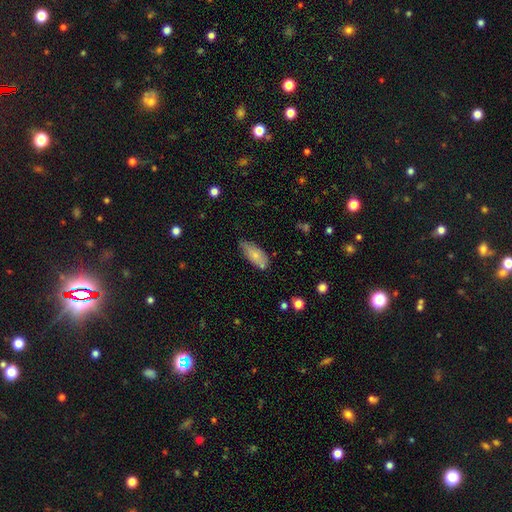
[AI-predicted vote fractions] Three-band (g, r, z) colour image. It shows a smooth galaxy with no disk features (72%) that is in between round and cigar-shaped (82%). Merging: none (57%).